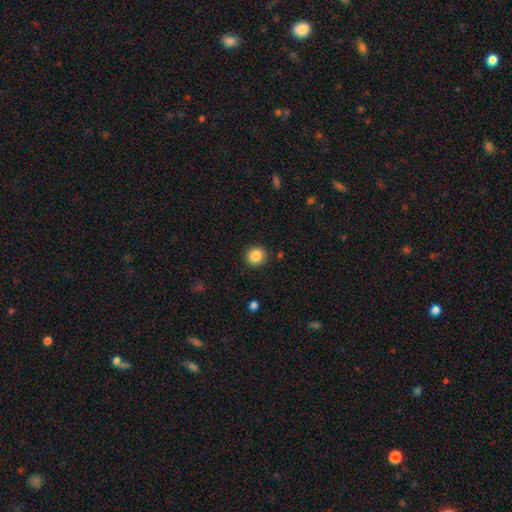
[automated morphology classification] smooth-or-featured: smooth: 86% | star or artifact: 10% | featured or disk: 4%
  how-rounded: round: 92% | in between: 7% | cigar-shaped: 1%
  merging: none: 91% | minor disturbance: 6% | major disturbance: 2% | merger: 1%